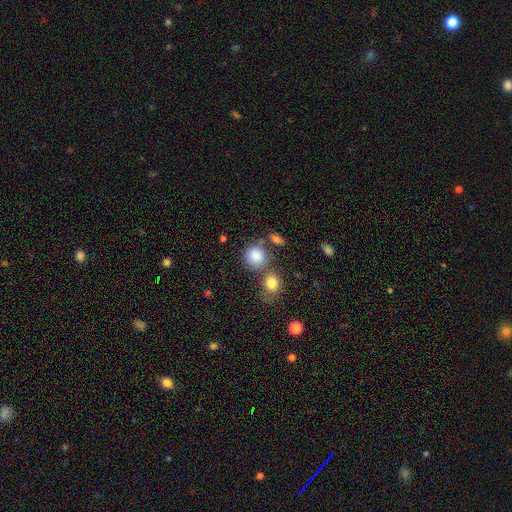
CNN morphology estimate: Smooth or featured: smooth — 85% (star or artifact — 9%)
How rounded: round — 82% (in between — 17%)
Merging: none — 57% (merger — 24%)